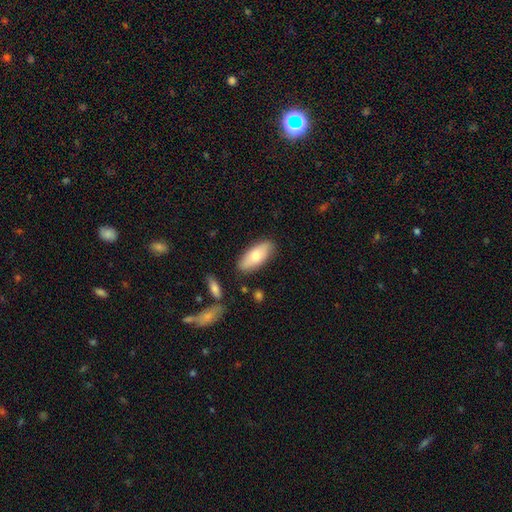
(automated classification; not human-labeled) Smooth or featured: smooth — 73% (featured or disk — 22%)
How rounded: in between — 83% (cigar-shaped — 15%)
Merging: none — 82% (minor disturbance — 12%)